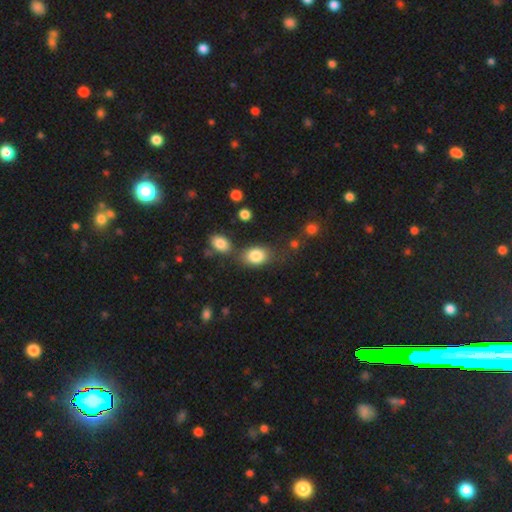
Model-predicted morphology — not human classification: This is clearly a smooth galaxy (84%). How rounded: likely in between (77%). Merging: likely none (63%).